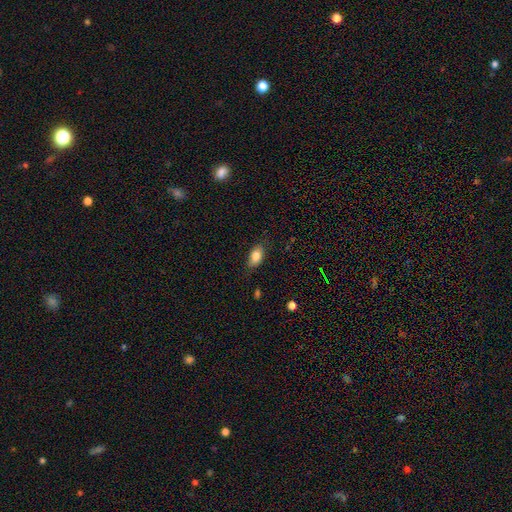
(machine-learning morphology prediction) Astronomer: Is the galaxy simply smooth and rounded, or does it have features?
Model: smooth — 82%.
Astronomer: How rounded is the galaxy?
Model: in between — 89%.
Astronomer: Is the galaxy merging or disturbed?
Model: none — 79%.